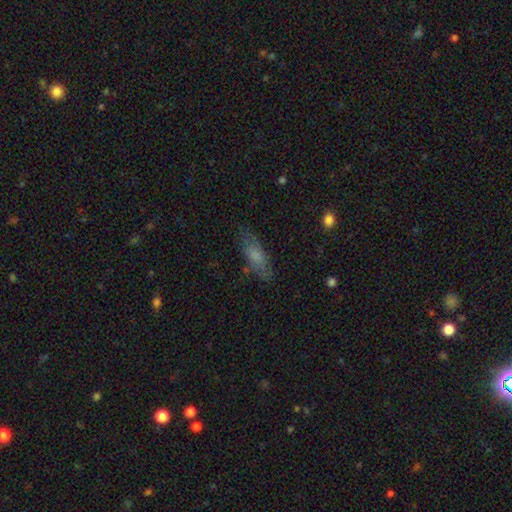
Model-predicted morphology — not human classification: smooth-or-featured: smooth: 66% | featured or disk: 26% | star or artifact: 8%
  how-rounded: in between: 57% | cigar-shaped: 40% | round: 2%
  merging: none: 77% | minor disturbance: 16% | major disturbance: 5% | merger: 2%